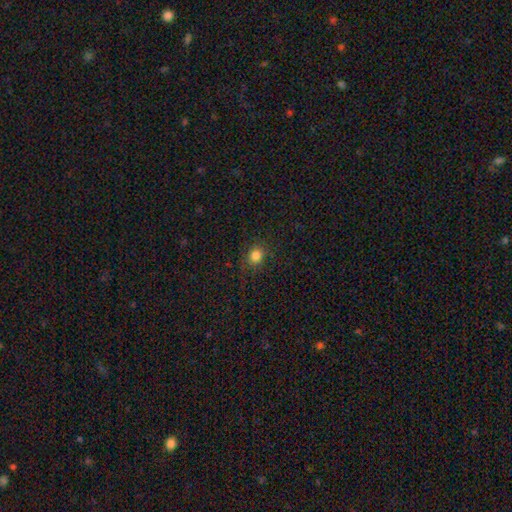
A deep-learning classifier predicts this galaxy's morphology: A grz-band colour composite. It shows a smooth galaxy with no disk features (82%) that is round (73%). Merging: none (84%).